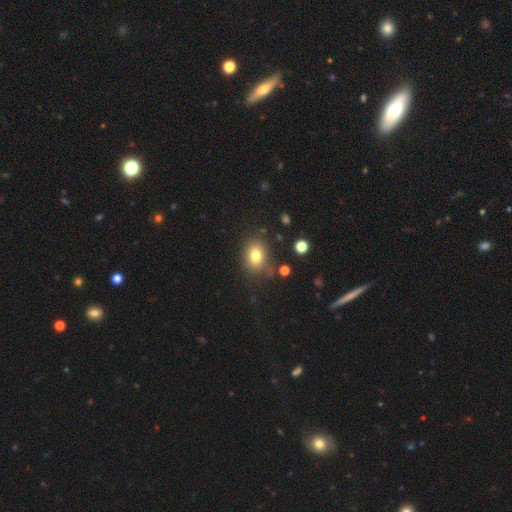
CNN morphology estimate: Smooth or featured? smooth (78%)
How rounded? in between (58%)
Merging? none (72%)